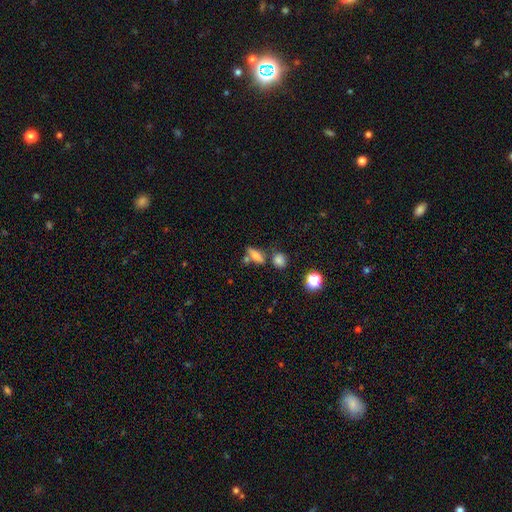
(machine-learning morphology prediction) Smooth or featured?
  - smooth: 69% *
  - featured or disk: 19%
  - star or artifact: 13%
How rounded?
  - in between: 60% *
  - cigar-shaped: 29%
  - round: 11%
Merging?
  - none: 56% *
  - merger: 21%
  - minor disturbance: 17%
  - major disturbance: 7%